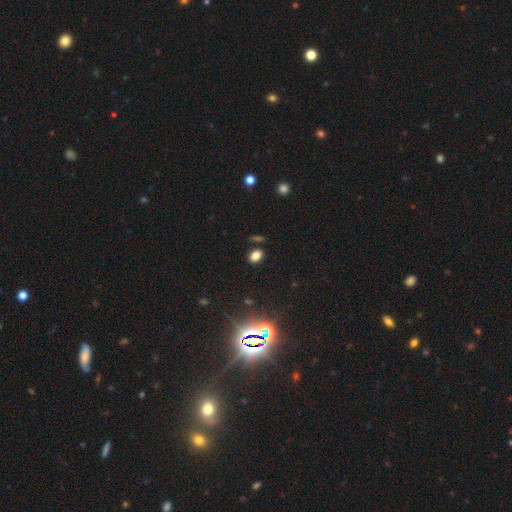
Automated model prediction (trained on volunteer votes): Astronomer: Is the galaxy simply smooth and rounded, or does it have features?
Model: smooth — 78%.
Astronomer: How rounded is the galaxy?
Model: in between — 77%.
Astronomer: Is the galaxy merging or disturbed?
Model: none — 83%.